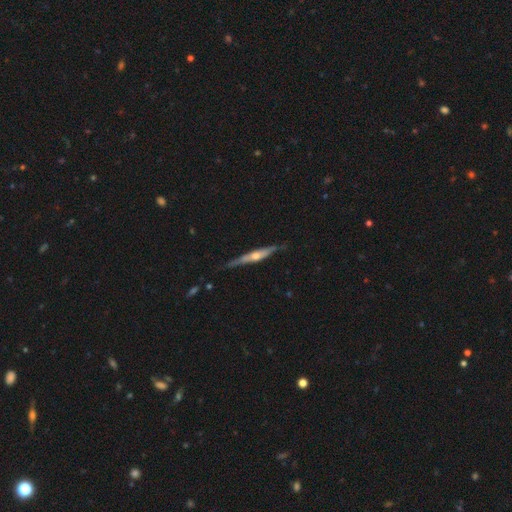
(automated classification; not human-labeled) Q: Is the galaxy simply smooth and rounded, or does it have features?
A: featured or disk — 69%.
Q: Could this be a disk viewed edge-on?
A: yes — 94%.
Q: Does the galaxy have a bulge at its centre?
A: rounded — 77%.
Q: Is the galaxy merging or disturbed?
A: none — 77%.